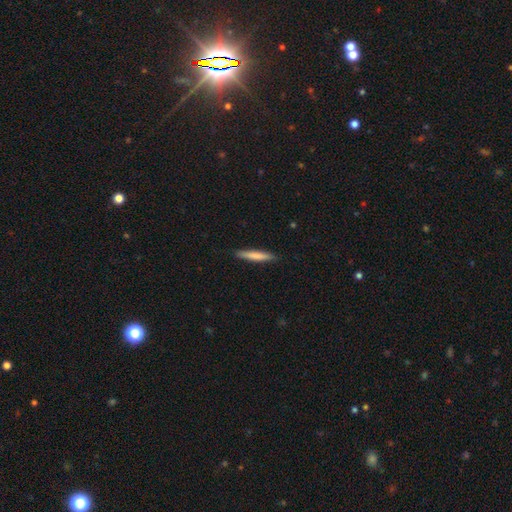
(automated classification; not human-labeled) Smooth or featured? smooth (75%)
How rounded? cigar-shaped (93%)
Merging? none (90%)